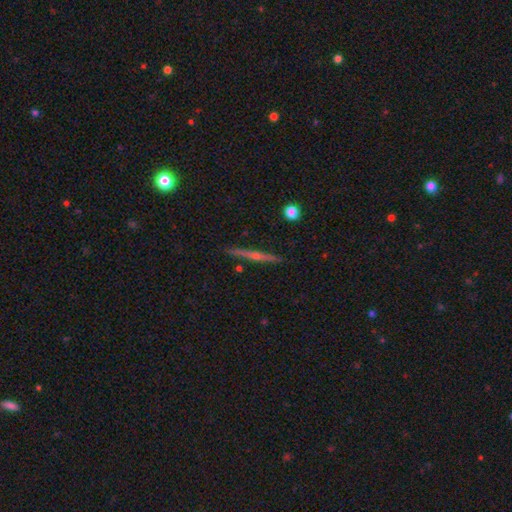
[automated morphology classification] Smooth or featured?
  - featured or disk: 74% *
  - smooth: 19%
  - star or artifact: 7%
Edge-on disk?
  - yes: 98% *
  - no: 2%
Edge-on bulge?
  - rounded: 78% *
  - none: 17%
  - boxy: 4%
Merging?
  - none: 91% *
  - minor disturbance: 6%
  - merger: 1%
  - major disturbance: 1%